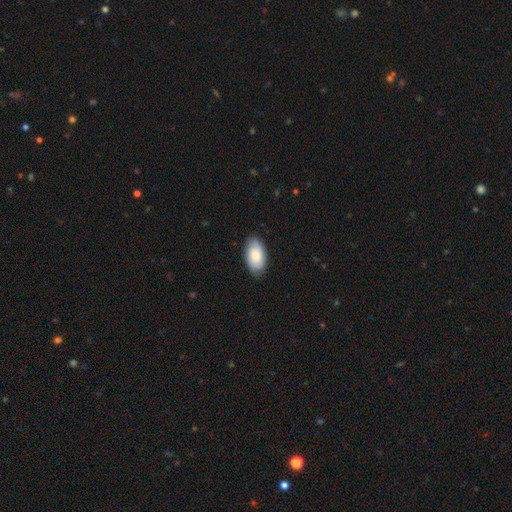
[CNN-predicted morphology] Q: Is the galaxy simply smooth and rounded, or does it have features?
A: smooth — 69%.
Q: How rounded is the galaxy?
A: in between — 94%.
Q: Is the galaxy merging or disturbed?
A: none — 82%.